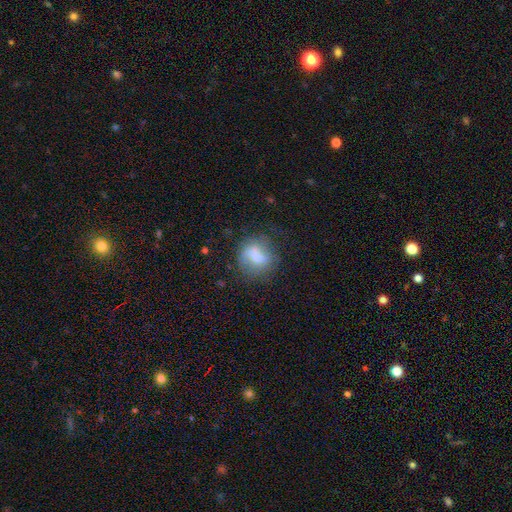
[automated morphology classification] Overall: smooth (62%; featured or disk 28%). How rounded: round (68%; in between 30%). Merging: none (52%; minor disturbance 24%).